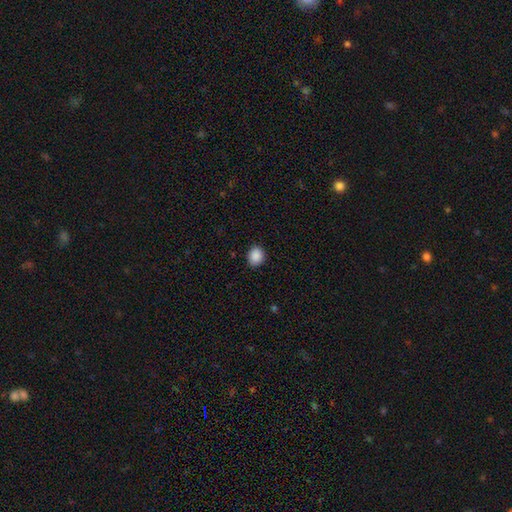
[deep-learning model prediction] A smooth galaxy with no disk features (89%) that is round (63%).

Vote fractions:
- Smooth or featured? smooth: 89% / star or artifact: 9% / featured or disk: 2%
- How rounded? round: 63% / in between: 36% / cigar-shaped: 1%
- Merging? none: 88% / minor disturbance: 9% / major disturbance: 2% / merger: 1%